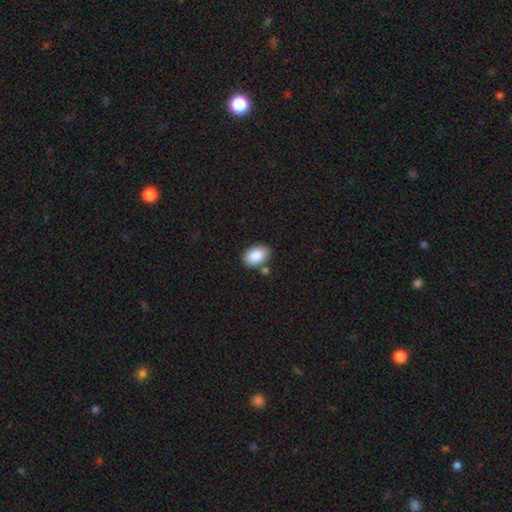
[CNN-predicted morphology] Smooth or featured? smooth (89%)
How rounded? in between (89%)
Merging? none (75%)